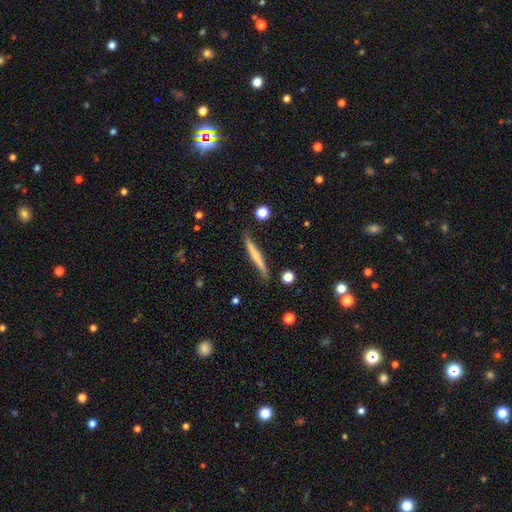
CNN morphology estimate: smooth_or_featured: smooth (p=0.51) [alt: featured or disk p=0.43]
how_rounded: cigar-shaped (p=0.94) [alt: in between p=0.04]
merging: none (p=0.80) [alt: minor disturbance p=0.15]